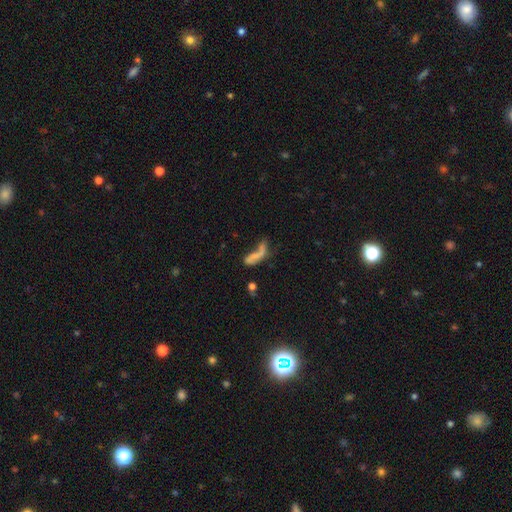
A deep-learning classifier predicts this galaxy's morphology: smooth 48%, featured or disk 39%, star or artifact 13%. Down the decision tree: merging — major disturbance (38%).